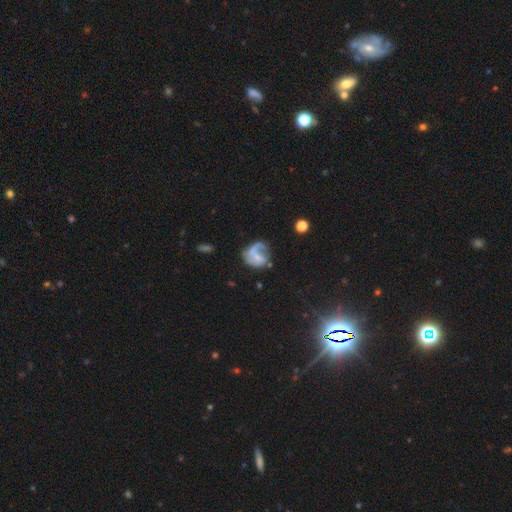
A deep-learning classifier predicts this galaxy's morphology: smooth_or_featured: featured or disk (p=0.59) [alt: smooth p=0.32]
disk_edge_on: no (p=0.98) [alt: yes p=0.02]
bar: no (p=0.57) [alt: weak p=0.34]
has_spiral_arms: yes (p=0.71) [alt: no p=0.29]
bulge_size: none (p=0.50) [alt: small p=0.32]
merging: none (p=0.37) [alt: major disturbance p=0.34]